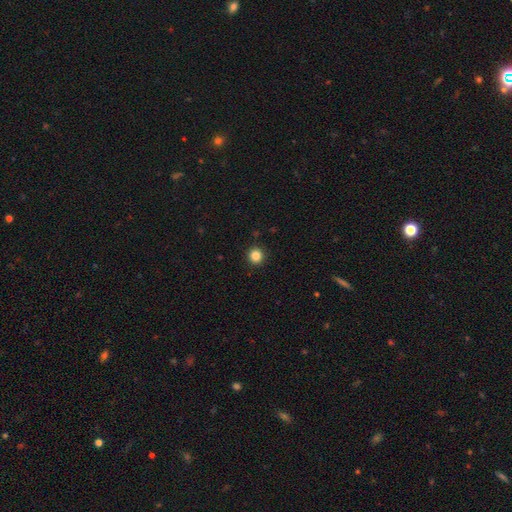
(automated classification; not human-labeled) Smooth or featured? Predicted: smooth (p=0.85). How rounded? Predicted: round (p=0.93). Merging? Predicted: none (p=0.92).